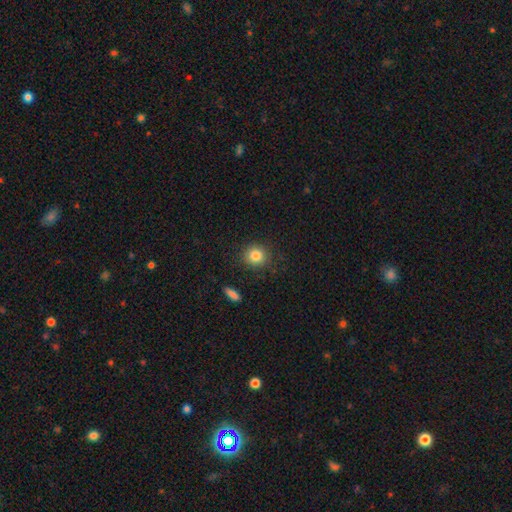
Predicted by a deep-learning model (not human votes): This appears to be a smooth galaxy with no disk features (84%) that is round (87%). Merging: none (86%).